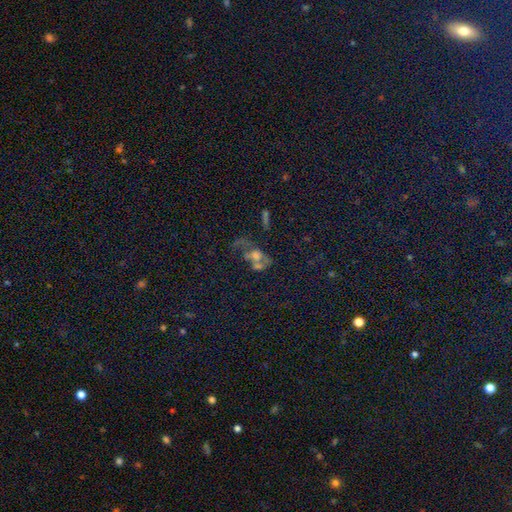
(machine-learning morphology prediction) The model was most divided on "smooth or featured": featured or disk: 40%, smooth: 34%, star or artifact: 25%. Remaining: merging — merger (40%).